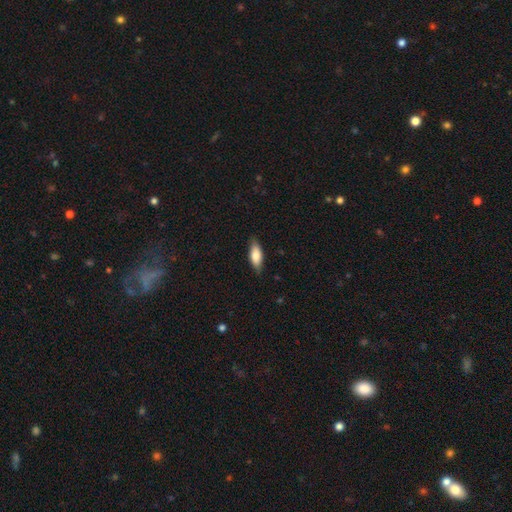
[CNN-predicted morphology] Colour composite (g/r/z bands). It shows a smooth galaxy with no disk features (80%) that is in between round and cigar-shaped (75%). Merging: none (82%).